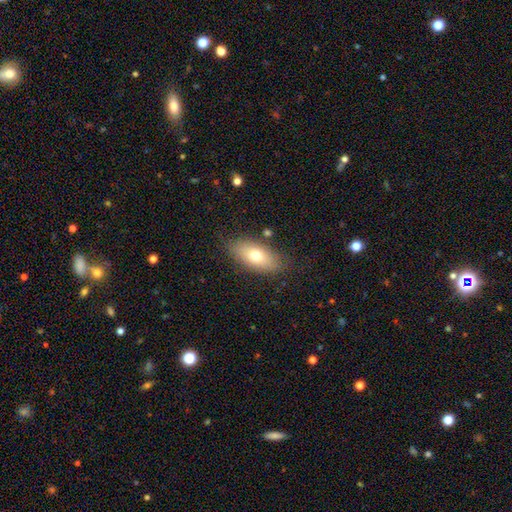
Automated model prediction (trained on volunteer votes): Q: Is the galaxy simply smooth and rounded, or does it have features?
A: smooth — 70%.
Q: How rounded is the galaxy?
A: in between — 85%.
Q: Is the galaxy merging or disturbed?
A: none — 80%.